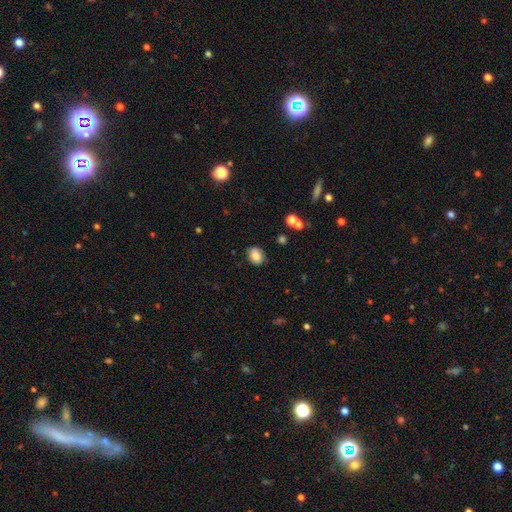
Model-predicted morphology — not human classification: Smooth or featured? smooth (82%)
How rounded? in between (60%)
Merging? none (82%)